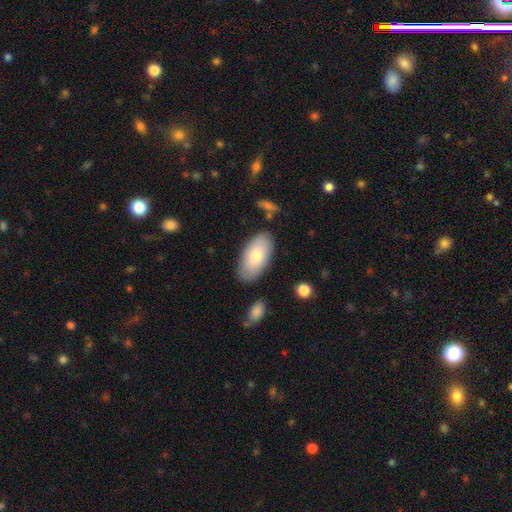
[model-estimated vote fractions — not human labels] Smooth or featured? smooth (76%)
How rounded? in between (95%)
Merging? none (82%)